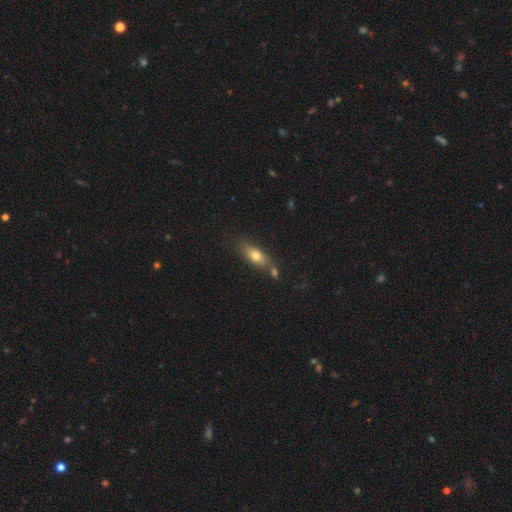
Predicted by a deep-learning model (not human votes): The model was most divided on "merging": none: 60%, merger: 20%, minor disturbance: 16%, major disturbance: 4%. More confident: how rounded — in between (70%); smooth or featured — smooth (70%).